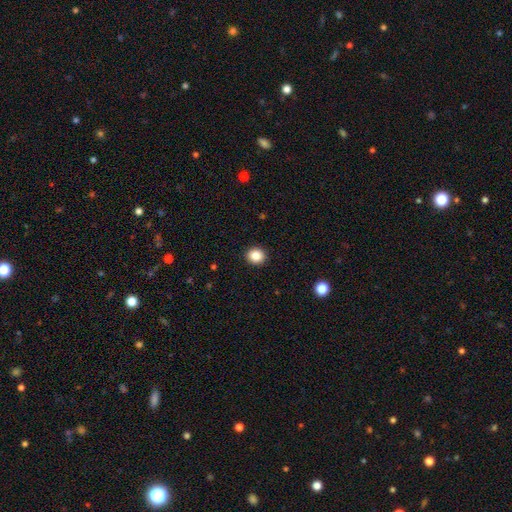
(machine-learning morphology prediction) The model was most divided on "how rounded": round: 84%, in between: 15%, cigar-shaped: 1%. More confident: merging — none (92%); smooth or featured — smooth (87%).